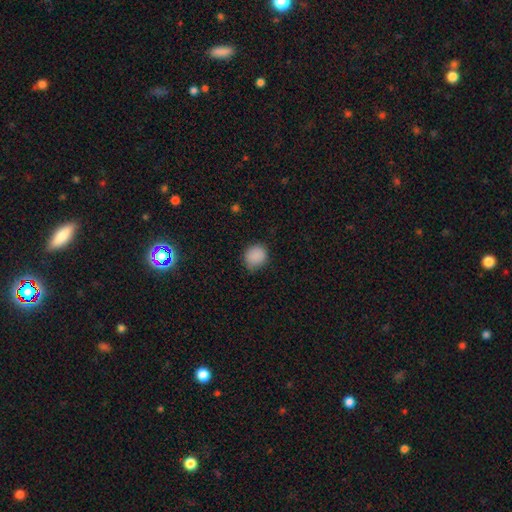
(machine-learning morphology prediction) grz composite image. It shows a smooth galaxy with no disk features (87%) that is round (78%). Merging: none (75%).